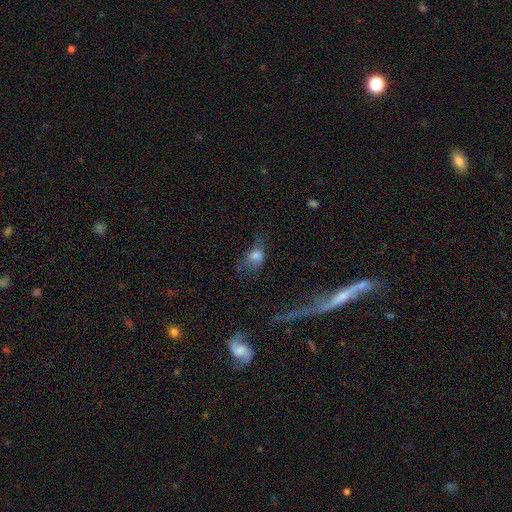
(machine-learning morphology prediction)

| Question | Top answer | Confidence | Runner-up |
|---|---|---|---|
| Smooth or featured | smooth | 60% | featured or disk (24%) |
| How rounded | in between | 71% | round (23%) |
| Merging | major disturbance | 40% | none (30%) |